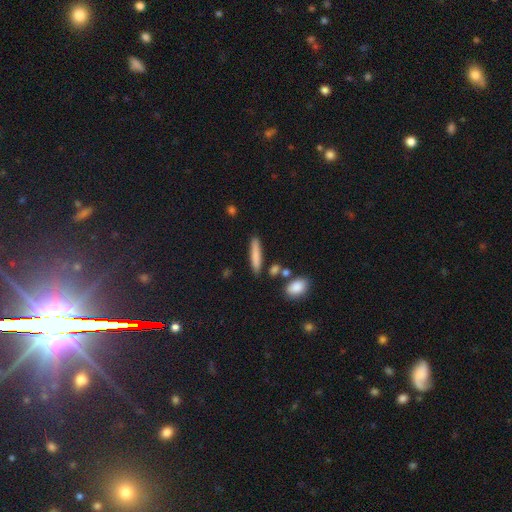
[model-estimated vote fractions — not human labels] This appears to be a smooth galaxy with no disk features (78%) that is cigar-shaped (88%). Merging: none (83%).